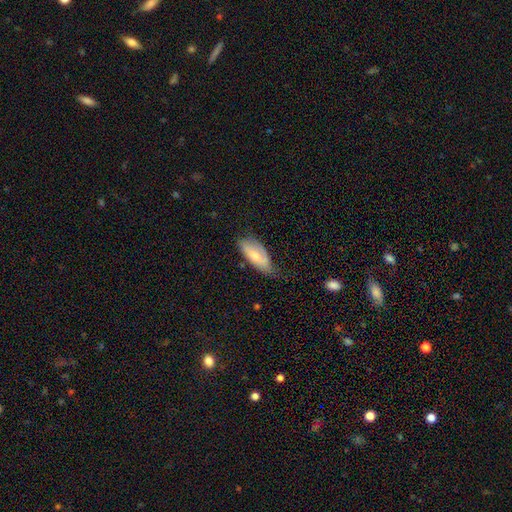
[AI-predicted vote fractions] Q: Smooth or featured?
A: smooth (65%); runner-up: featured or disk (29%)
Q: How rounded?
A: in between (82%); runner-up: cigar-shaped (16%)
Q: Merging?
A: none (52%); runner-up: minor disturbance (37%)